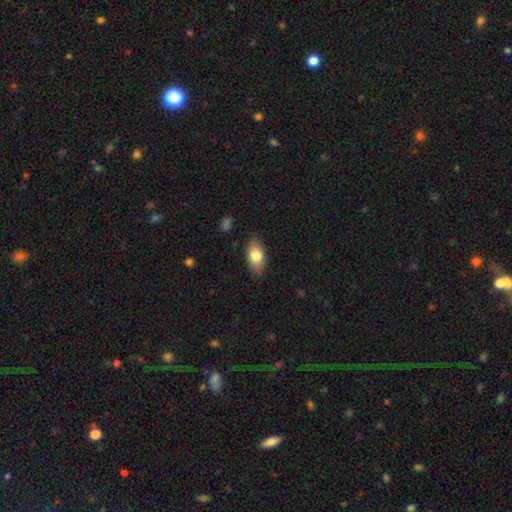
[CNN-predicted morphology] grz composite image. It shows a smooth galaxy with no disk features (80%) that is in between round and cigar-shaped (91%). Merging: none (85%).